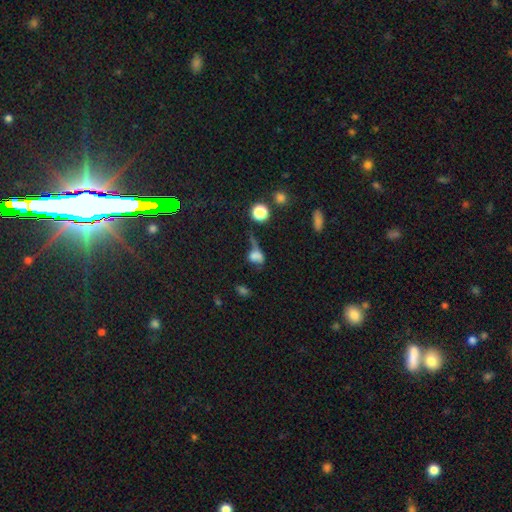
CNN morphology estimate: smooth-or-featured: smooth: 59% | star or artifact: 22% | featured or disk: 19%
  how-rounded: in between: 57% | round: 35% | cigar-shaped: 8%
  merging: major disturbance: 29% (tied) | none: 29% (tied) | merger: 22% | minor disturbance: 20%